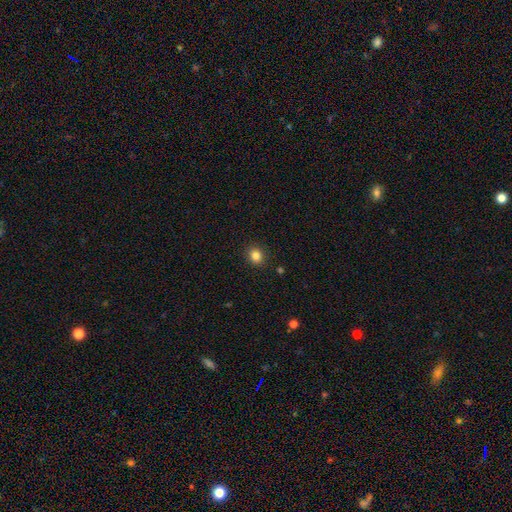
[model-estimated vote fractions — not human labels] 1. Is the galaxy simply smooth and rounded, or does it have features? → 84% smooth, 12% star or artifact, 5% featured or disk.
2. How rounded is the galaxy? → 78% round, 21% in between, 1% cigar-shaped.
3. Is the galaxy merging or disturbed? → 91% none, 6% minor disturbance, 2% major disturbance, 1% merger.